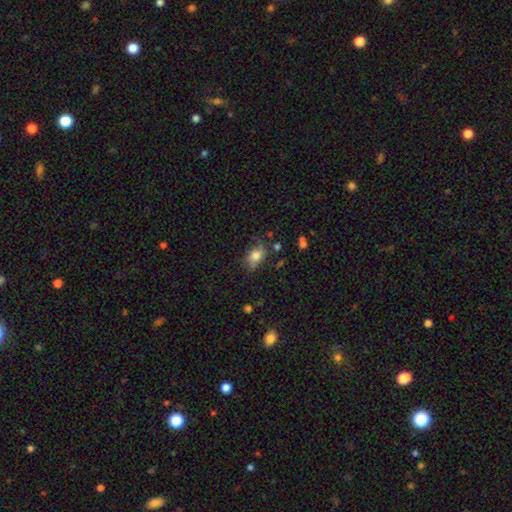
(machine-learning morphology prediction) smooth 79%, featured or disk 12%, star or artifact 9%. Down the decision tree: how rounded — in between (84%); merging — none (63%).